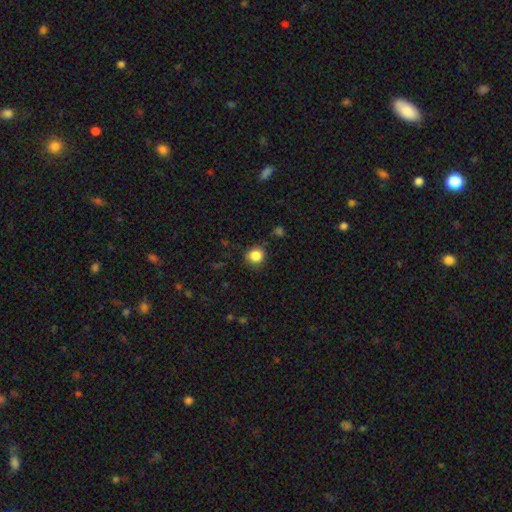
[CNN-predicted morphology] smooth 85%, star or artifact 11%, featured or disk 4%. Down the decision tree: how rounded — round (88%); merging — none (83%).